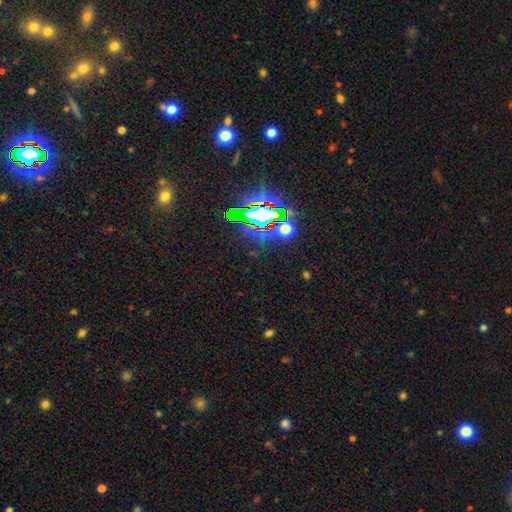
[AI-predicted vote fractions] smooth-or-featured: star or artifact: 84% | smooth: 9% | featured or disk: 7%